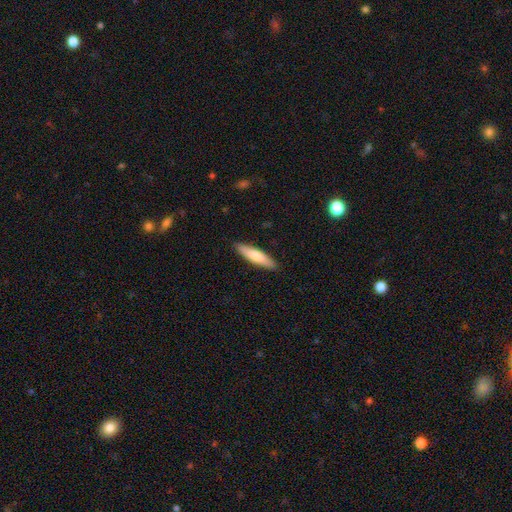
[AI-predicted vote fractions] smooth_or_featured: smooth (p=0.71) [alt: featured or disk p=0.24]
how_rounded: cigar-shaped (p=0.75) [alt: in between p=0.23]
merging: none (p=0.89) [alt: minor disturbance p=0.08]